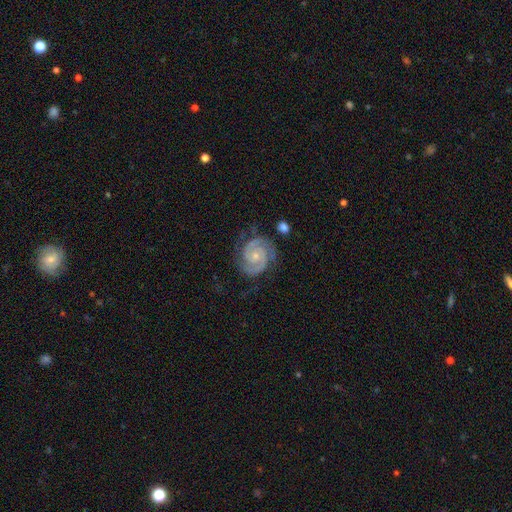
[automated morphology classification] Smooth or featured?
  - featured or disk: 92% *
  - star or artifact: 4%
  - smooth: 3%
Edge-on disk?
  - no: 98% *
  - yes: 2%
Bar?
  - no: 68% *
  - weak: 25%
  - strong: 7%
Spiral arms?
  - yes: 99% *
  - no: 1%
Spiral winding?
  - tight: 69% *
  - medium: 28%
  - loose: 3%
Spiral arm count?
  - 2: 90% *
  - 3: 5%
  - can't tell: 2%
  - 1: 1%
  - 4: 1%
  - more than 4: 1%
Bulge size?
  - small: 65% *
  - moderate: 30%
  - none: 3%
  - large: 1%
  - dominant: 1%
Merging?
  - none: 79% *
  - minor disturbance: 15%
  - major disturbance: 4%
  - merger: 2%